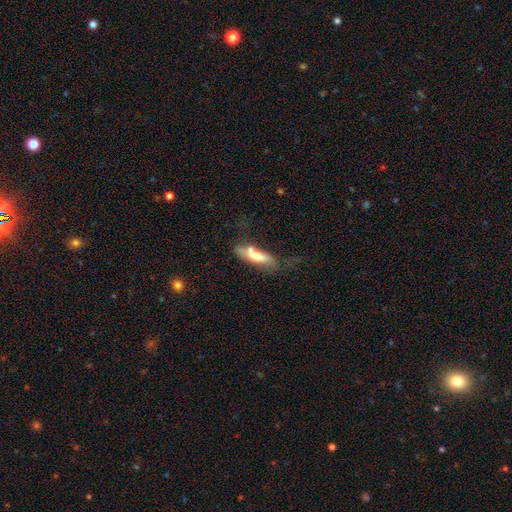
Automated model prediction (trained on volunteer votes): A smooth galaxy with no disk features (60%) that is cigar-shaped (50%).

Vote fractions:
- Smooth or featured? smooth: 60% / featured or disk: 33% / star or artifact: 7%
- How rounded? cigar-shaped: 50% / in between: 47% / round: 2%
- Merging? none: 35% / merger: 24% / minor disturbance: 24% / major disturbance: 17%